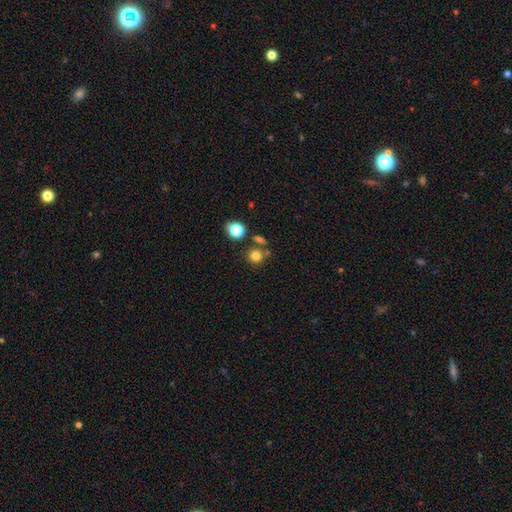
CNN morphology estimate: smooth_or_featured: smooth (p=0.80) [alt: star or artifact p=0.14]
how_rounded: round (p=0.87) [alt: in between p=0.12]
merging: none (p=0.71) [alt: merger p=0.15]